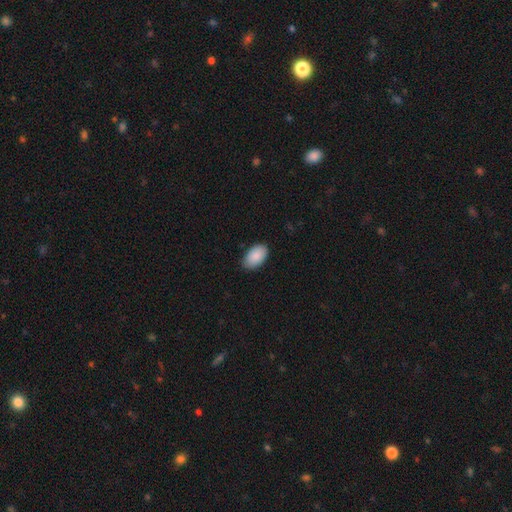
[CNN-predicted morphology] A smooth galaxy with no disk features (90%) that is in between round and cigar-shaped (95%). Merging: none (84%).